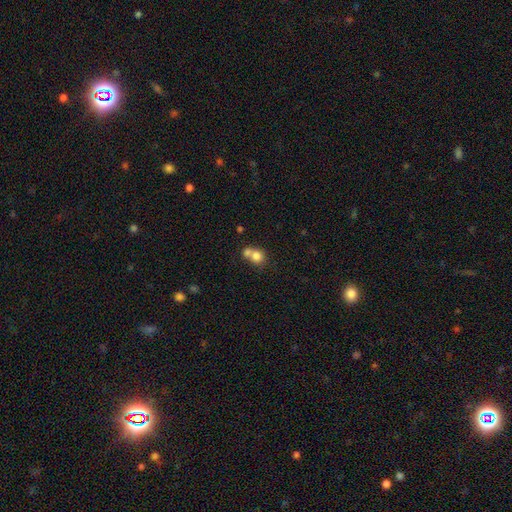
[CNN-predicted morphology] This appears to be a smooth galaxy with no disk features (78%) that is round (75%). Merging: merger (58%).